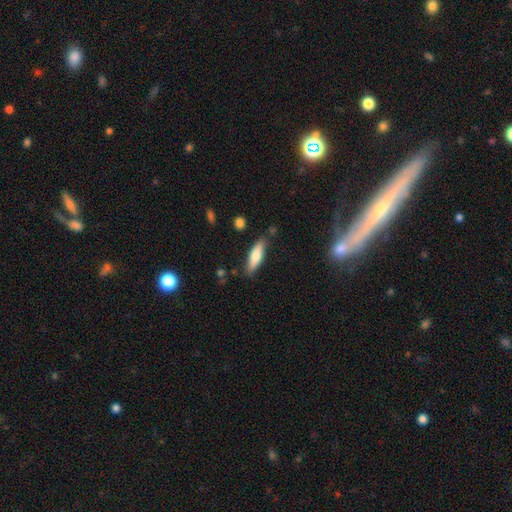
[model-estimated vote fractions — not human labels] smooth 69%, featured or disk 25%, star or artifact 6%. Down the decision tree: how rounded — cigar-shaped (52%); merging — none (80%).